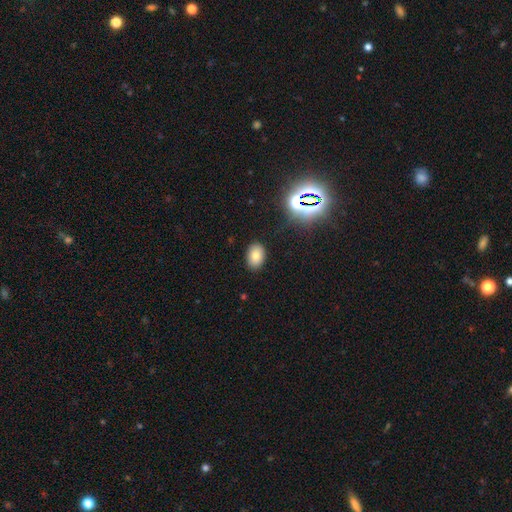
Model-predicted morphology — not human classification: smooth 77%, star or artifact 14%, featured or disk 8%. Down the decision tree: how rounded — in between (84%); merging — none (88%).